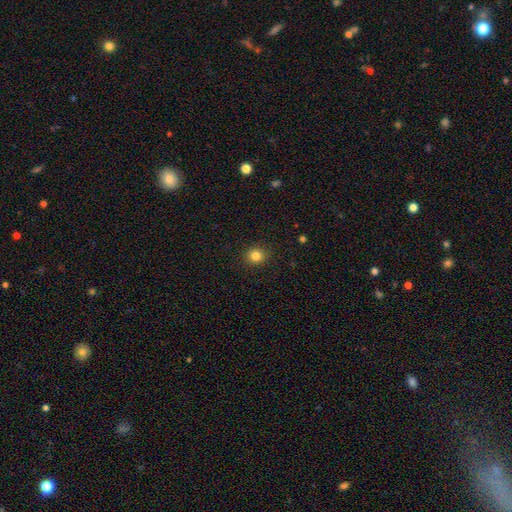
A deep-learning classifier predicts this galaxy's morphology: smooth_or_featured: smooth (p=0.83) [alt: star or artifact p=0.12]
how_rounded: round (p=0.87) [alt: in between p=0.12]
merging: none (p=0.92) [alt: minor disturbance p=0.06]